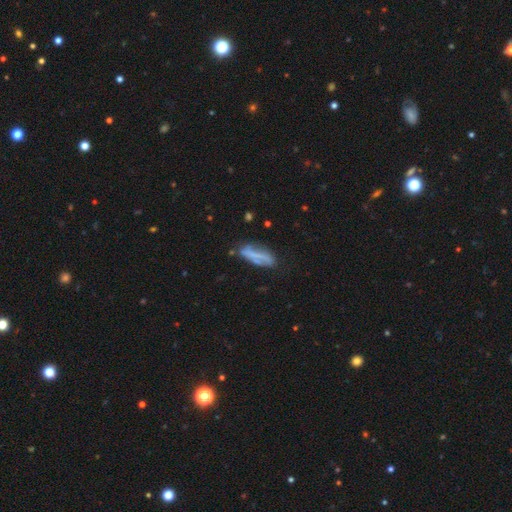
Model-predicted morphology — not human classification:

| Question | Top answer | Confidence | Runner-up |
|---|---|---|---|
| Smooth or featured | smooth | 50% | featured or disk (41%) |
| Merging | none | 61% | minor disturbance (25%) |